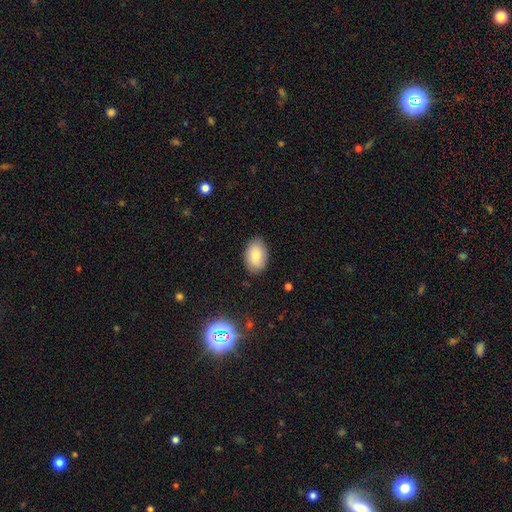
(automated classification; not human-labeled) smooth_or_featured: smooth (p=0.80) [alt: featured or disk p=0.13]
how_rounded: in between (p=0.89) [alt: round p=0.10]
merging: none (p=0.86) [alt: minor disturbance p=0.11]